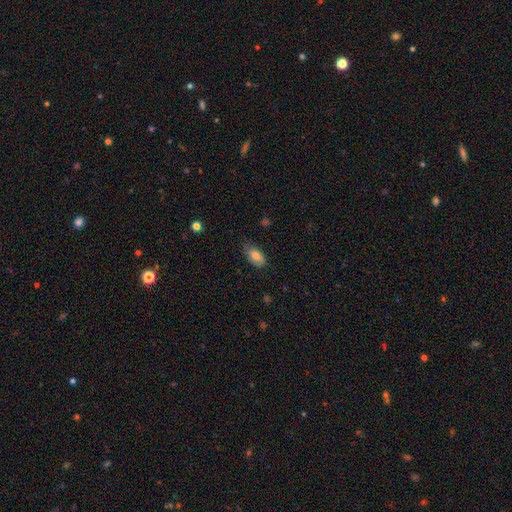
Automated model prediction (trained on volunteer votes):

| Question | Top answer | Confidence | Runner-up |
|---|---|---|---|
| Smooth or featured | smooth | 78% | featured or disk (15%) |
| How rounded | in between | 93% | round (4%) |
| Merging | none | 68% | minor disturbance (26%) |